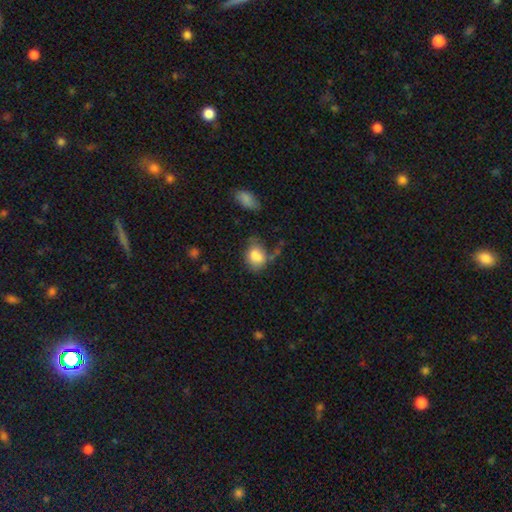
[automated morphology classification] Smooth or featured: smooth — 78% (featured or disk — 13%)
How rounded: in between — 68% (round — 30%)
Merging: none — 42% (minor disturbance — 31%)